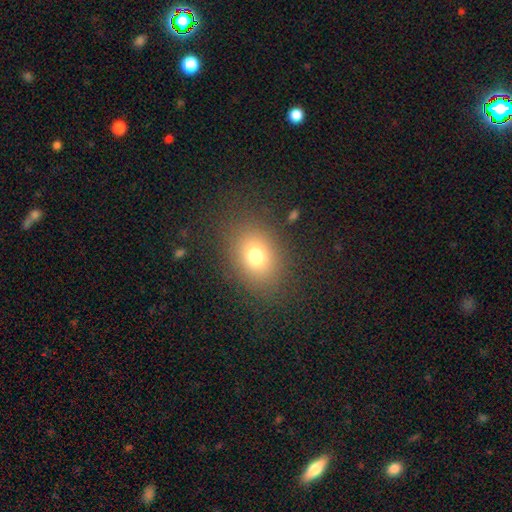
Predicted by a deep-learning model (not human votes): A smooth galaxy with no disk features (74%) that is in between round and cigar-shaped (60%). Merging: none (83%).